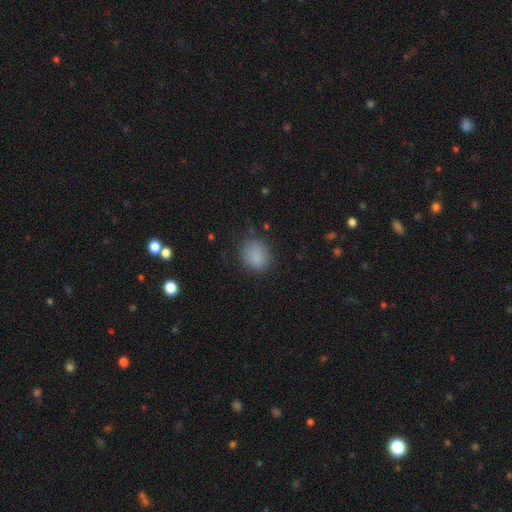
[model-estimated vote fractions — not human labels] Smooth or featured? smooth (85%)
How rounded? round (62%)
Merging? none (79%)